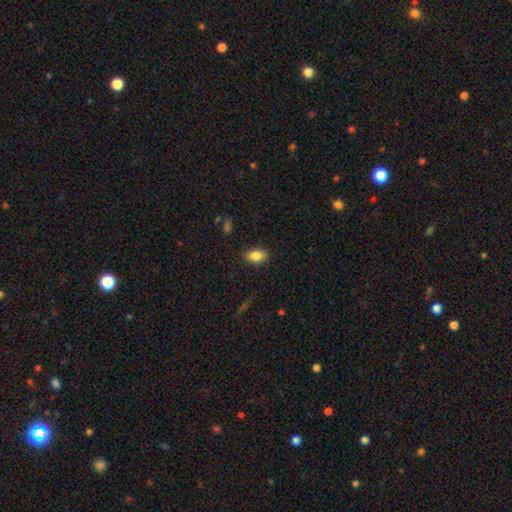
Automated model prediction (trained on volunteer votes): Q: Smooth or featured?
A: smooth (86%); runner-up: star or artifact (8%)
Q: How rounded?
A: in between (91%); runner-up: round (6%)
Q: Merging?
A: none (87%); runner-up: minor disturbance (10%)